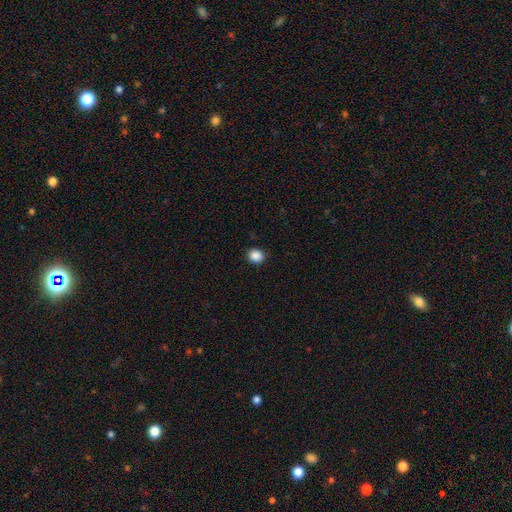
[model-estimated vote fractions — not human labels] smooth-or-featured: smooth: 88% | star or artifact: 9% | featured or disk: 3%
  how-rounded: round: 76% | in between: 23% | cigar-shaped: 1%
  merging: none: 89% | minor disturbance: 8% | major disturbance: 2% | merger: 1%